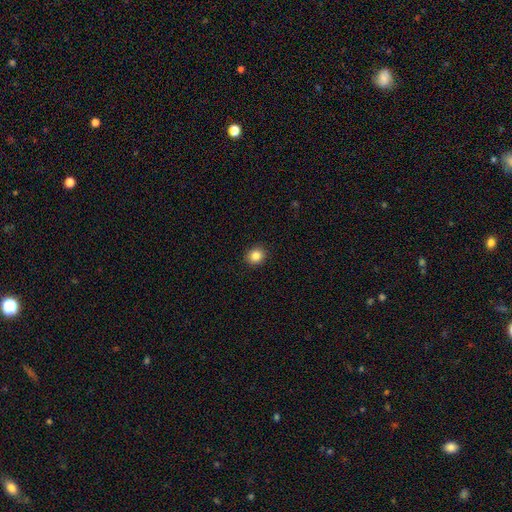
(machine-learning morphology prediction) Overall: smooth (85%). How rounded: round (79%). Merging: none (92%).